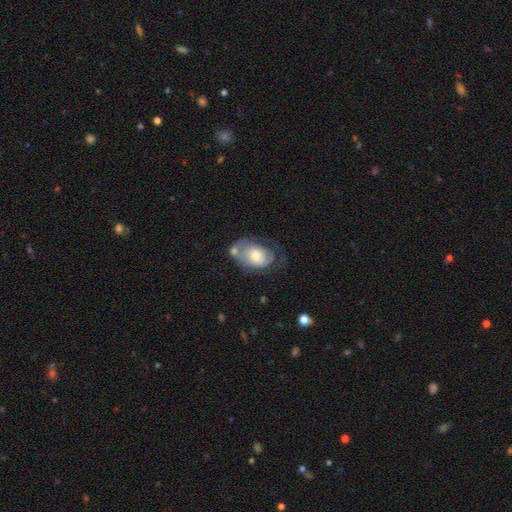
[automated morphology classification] Smooth or featured? featured or disk (51%)
Edge-on disk? no (95%)
Merging? none (32%)